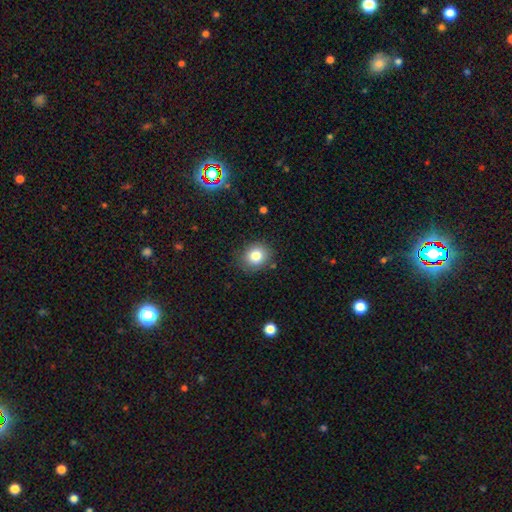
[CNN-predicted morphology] Smooth or featured? smooth (81%)
How rounded? round (80%)
Merging? none (85%)